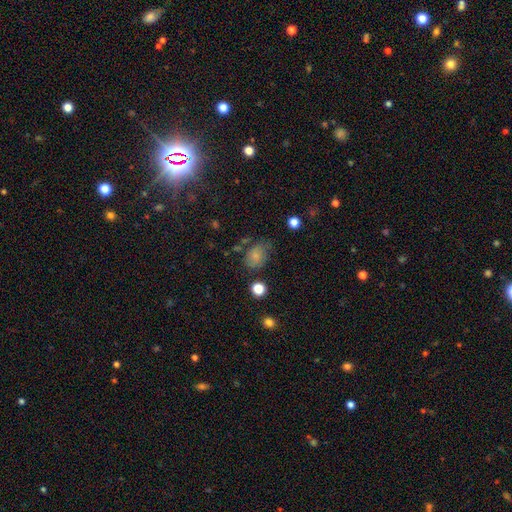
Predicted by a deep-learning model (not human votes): smooth_or_featured: smooth (p=0.74) [alt: featured or disk p=0.14]
how_rounded: in between (p=0.71) [alt: round p=0.28]
merging: none (p=0.58) [alt: minor disturbance p=0.28]